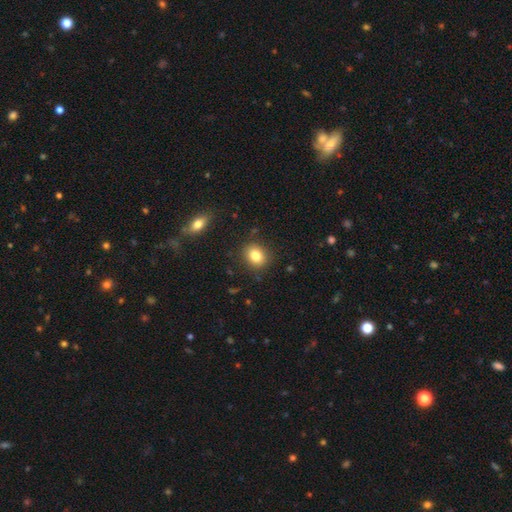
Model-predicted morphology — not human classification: type=smooth (82%); roundness=round (56%); merging=none (87%).